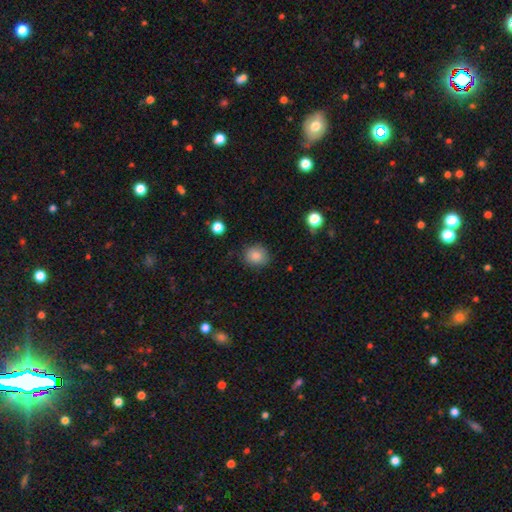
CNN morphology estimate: This is clearly a smooth galaxy (84%). How rounded: likely round (80%). Merging: clearly none (83%).